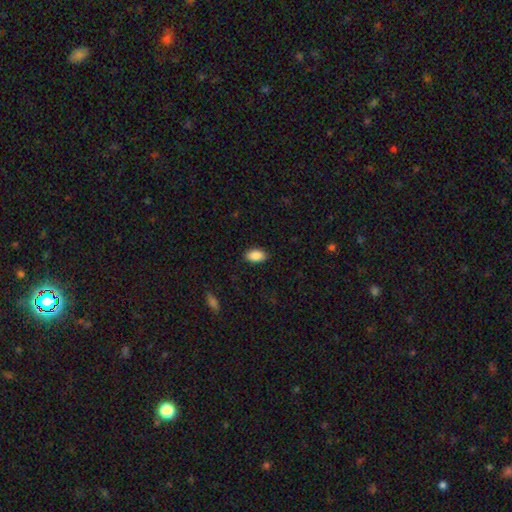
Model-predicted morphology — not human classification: Q: Smooth or featured?
A: smooth (89%); runner-up: star or artifact (7%)
Q: How rounded?
A: in between (93%); runner-up: round (5%)
Q: Merging?
A: none (87%); runner-up: minor disturbance (10%)